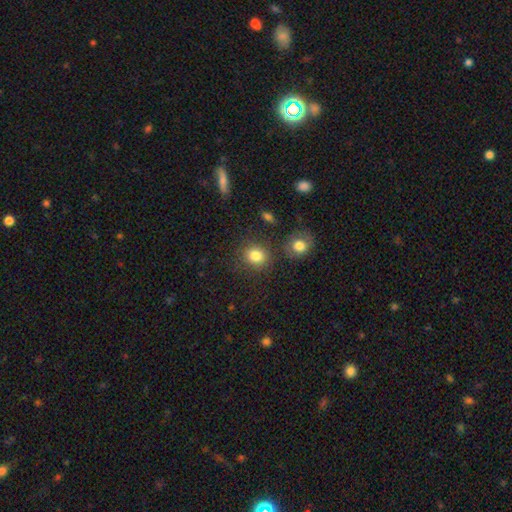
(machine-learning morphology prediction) Smooth or featured? Predicted: smooth (p=0.83). How rounded? Predicted: round (p=0.72). Merging? Predicted: none (p=0.78).